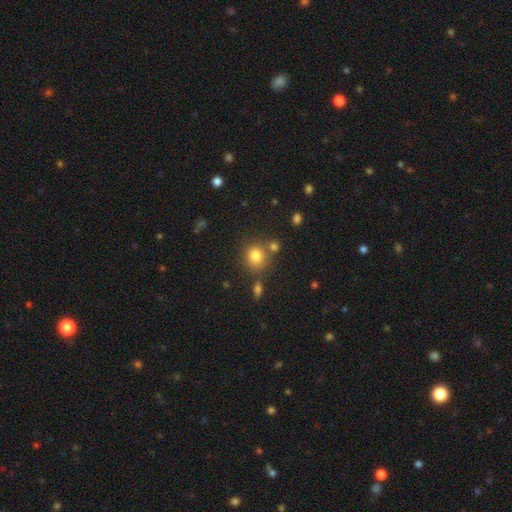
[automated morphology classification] A smooth galaxy with no disk features (80%) that is round (83%). Merging: none (71%).